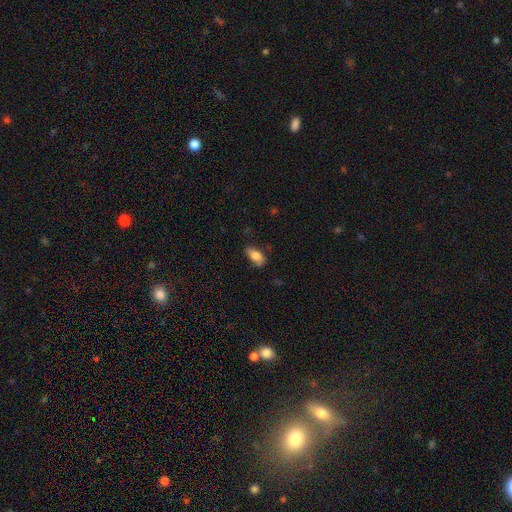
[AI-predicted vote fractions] This is likely a smooth galaxy (79%). How rounded: clearly in between (88%). Merging: likely none (62%).